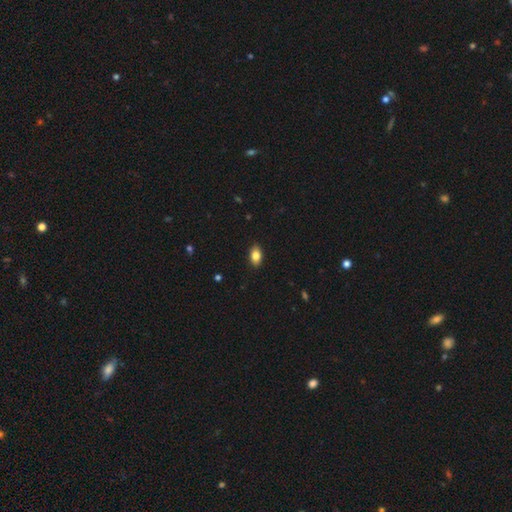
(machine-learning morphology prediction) The model was most divided on "smooth or featured": smooth: 83%, featured or disk: 9%, star or artifact: 8%. More confident: merging — none (89%); how rounded — in between (89%).